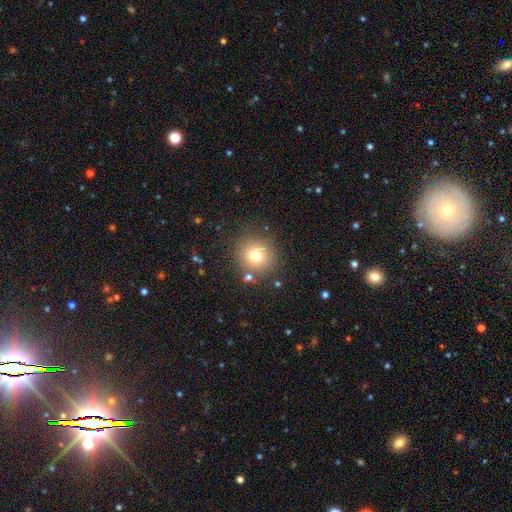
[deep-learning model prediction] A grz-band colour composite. It shows a smooth galaxy with no disk features (75%) that is round (91%). Merging: none (83%).